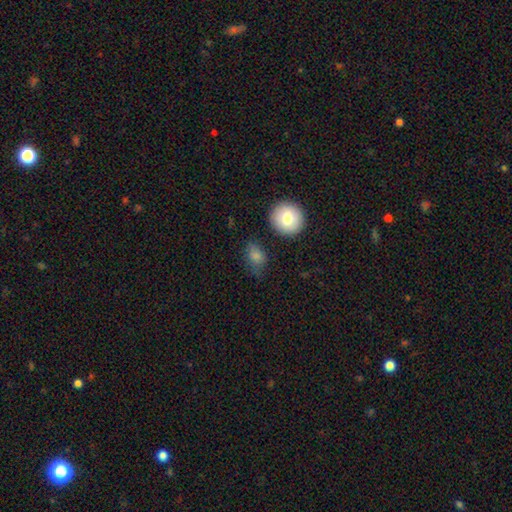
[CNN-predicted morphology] Smooth or featured? Predicted: smooth (p=0.81). How rounded? Predicted: in between (p=0.60). Merging? Predicted: none (p=0.63).